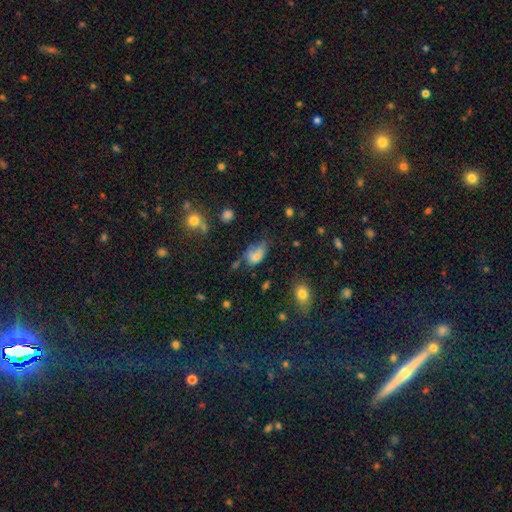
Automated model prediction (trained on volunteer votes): This is likely a smooth galaxy (71%). How rounded: clearly in between (84%). Merging: marginally minor disturbance (34%).